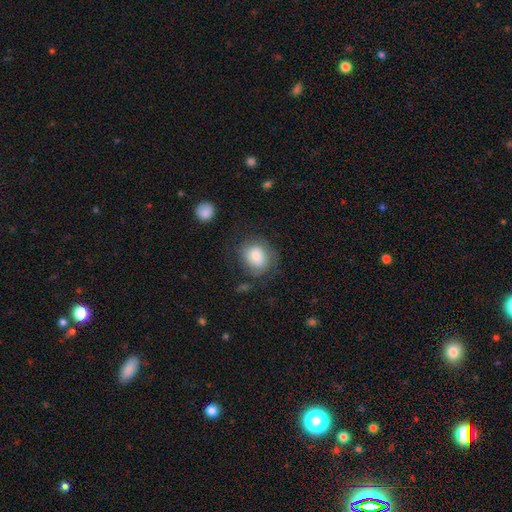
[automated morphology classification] smooth_or_featured: smooth (p=0.75) [alt: featured or disk p=0.16]
how_rounded: round (p=0.68) [alt: in between p=0.31]
merging: none (p=0.66) [alt: minor disturbance p=0.20]